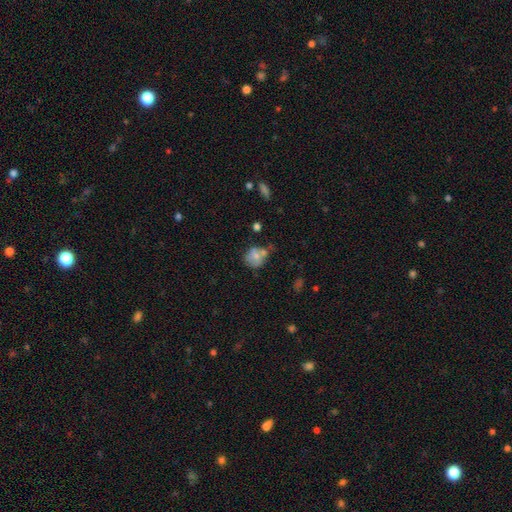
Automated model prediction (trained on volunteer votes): Overall: smooth (66%). How rounded: round (66%; in between 33%). Merging: none (43%; merger 24%).